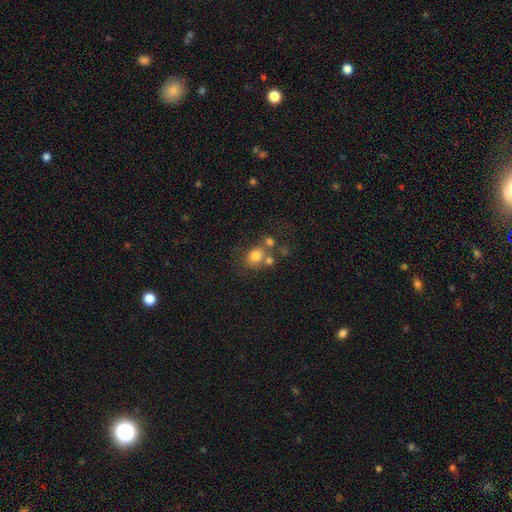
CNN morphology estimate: smooth-or-featured: smooth: 74% | star or artifact: 14% | featured or disk: 12%
  how-rounded: round: 63% | in between: 36% | cigar-shaped: 1%
  merging: none: 52% | merger: 29% | minor disturbance: 13% | major disturbance: 7%